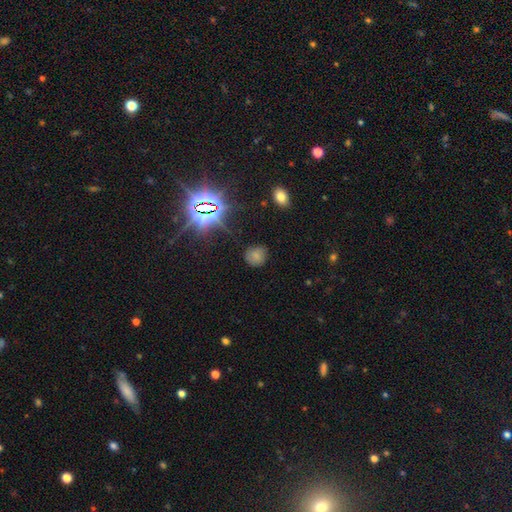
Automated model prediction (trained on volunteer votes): smooth 68%, star or artifact 22%, featured or disk 9%. Down the decision tree: how rounded — round (81%); merging — none (79%).